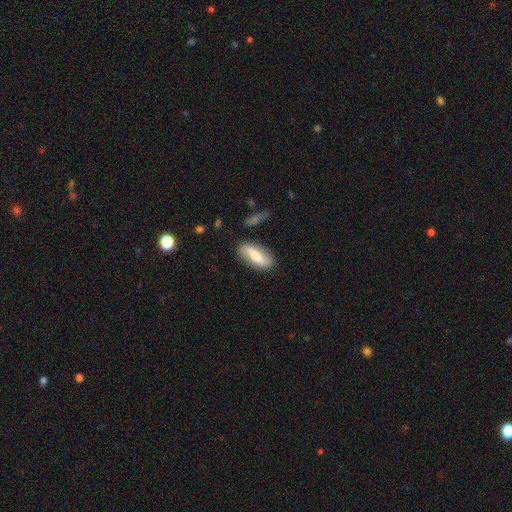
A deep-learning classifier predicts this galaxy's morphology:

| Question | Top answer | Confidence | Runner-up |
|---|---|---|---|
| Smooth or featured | smooth | 60% | featured or disk (34%) |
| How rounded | in between | 78% | cigar-shaped (19%) |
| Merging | none | 80% | minor disturbance (14%) |